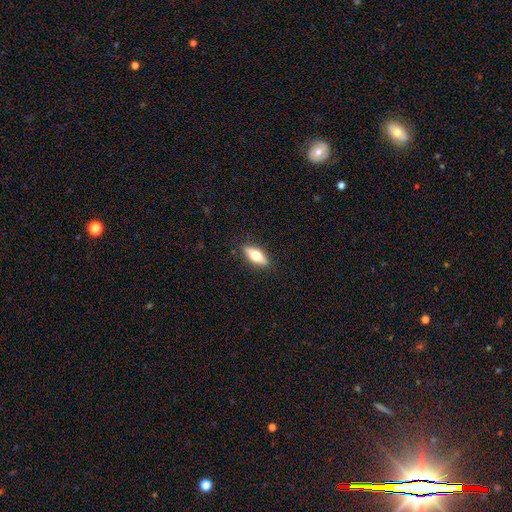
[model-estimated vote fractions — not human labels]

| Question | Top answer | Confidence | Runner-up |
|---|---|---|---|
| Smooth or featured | smooth | 56% | featured or disk (38%) |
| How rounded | in between | 60% | cigar-shaped (37%) |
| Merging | none | 88% | minor disturbance (8%) |